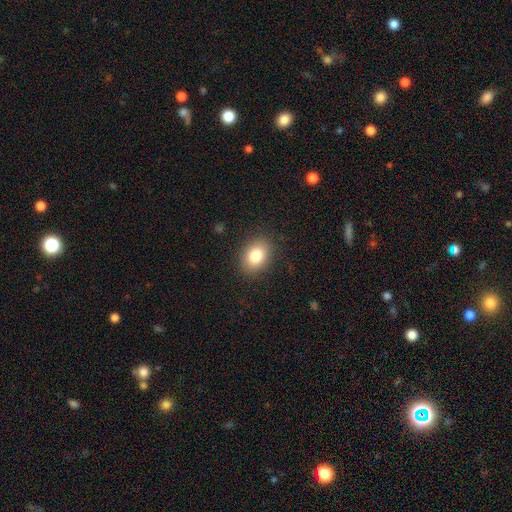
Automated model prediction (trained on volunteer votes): This appears to be a smooth galaxy with no disk features (83%) that is in between round and cigar-shaped (68%). Merging: none (88%).